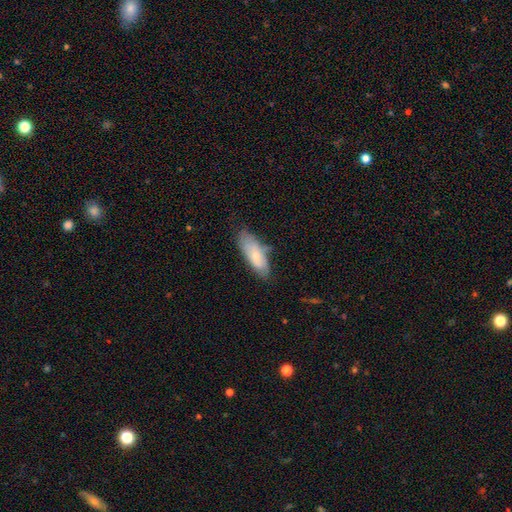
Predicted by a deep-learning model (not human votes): Smooth or featured?
  - smooth: 67% *
  - featured or disk: 26%
  - star or artifact: 6%
How rounded?
  - in between: 74% *
  - cigar-shaped: 24%
  - round: 2%
Merging?
  - none: 64% *
  - minor disturbance: 26%
  - major disturbance: 6%
  - merger: 4%